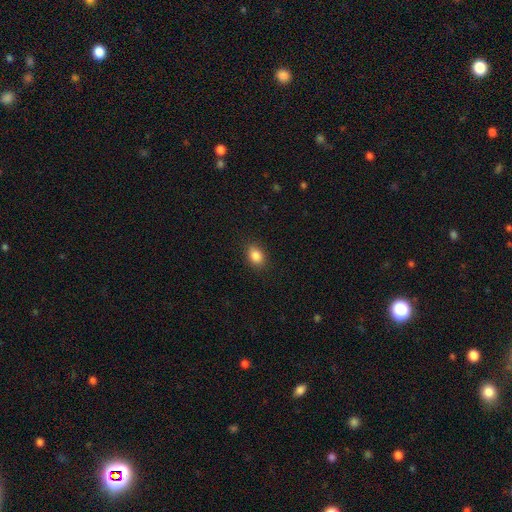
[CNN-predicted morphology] type=smooth (87%); roundness=in between (70%); merging=none (88%).